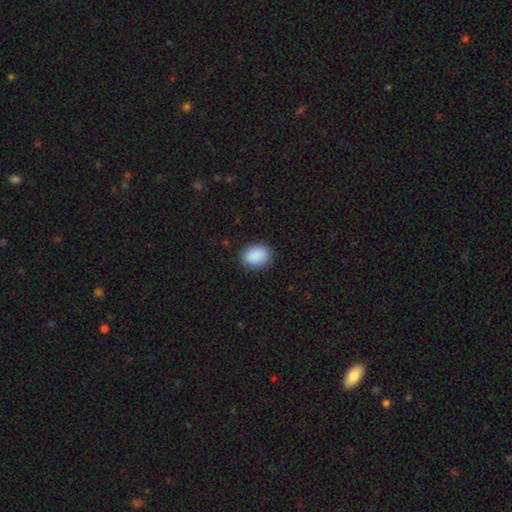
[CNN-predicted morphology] smooth 90%, star or artifact 7%, featured or disk 3%. Down the decision tree: how rounded — in between (68%); merging — none (88%).